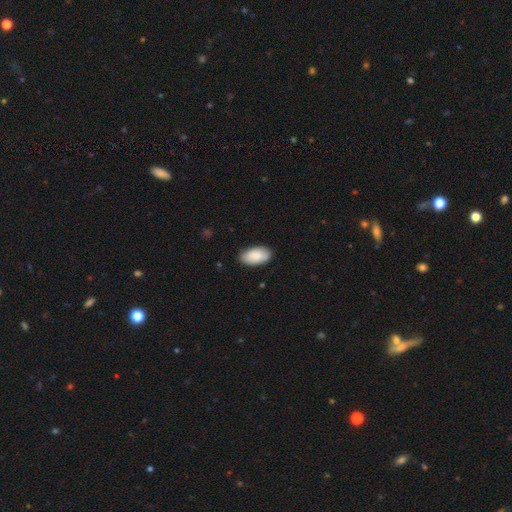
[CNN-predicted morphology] This is clearly a smooth galaxy (89%). How rounded: clearly in between (96%). Merging: clearly none (85%).